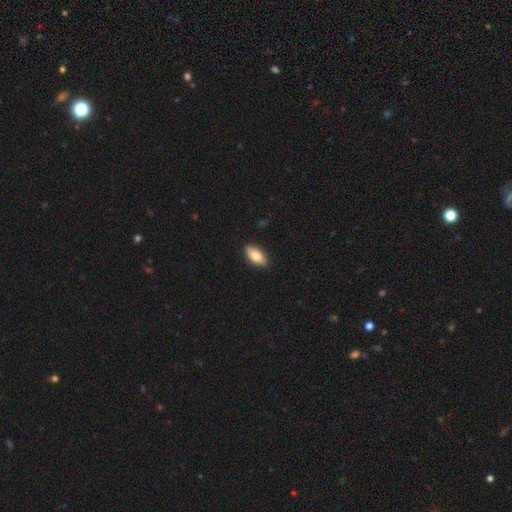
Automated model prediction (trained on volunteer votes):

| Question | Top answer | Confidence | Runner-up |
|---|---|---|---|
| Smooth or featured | smooth | 82% | featured or disk (12%) |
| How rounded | in between | 90% | cigar-shaped (8%) |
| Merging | none | 89% | minor disturbance (8%) |